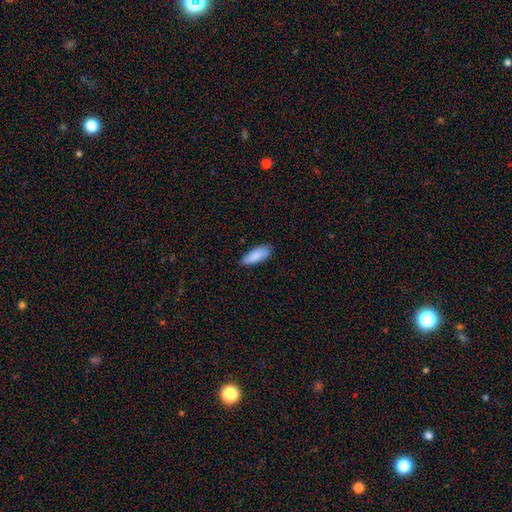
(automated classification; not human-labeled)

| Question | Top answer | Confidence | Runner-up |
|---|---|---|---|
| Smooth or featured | smooth | 86% | featured or disk (8%) |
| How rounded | in between | 71% | cigar-shaped (27%) |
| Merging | none | 75% | minor disturbance (20%) |